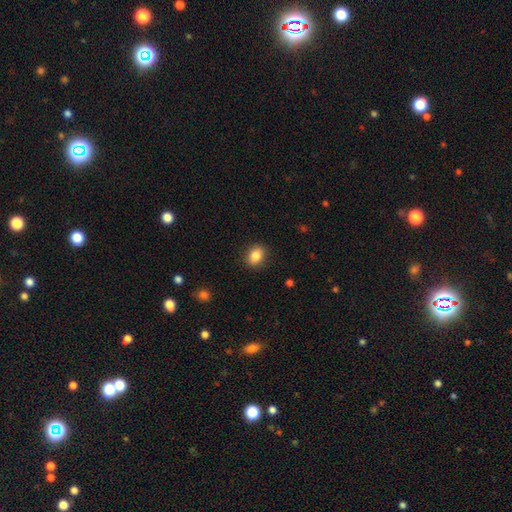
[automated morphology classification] A smooth galaxy with no disk features (85%) that is in between round and cigar-shaped (57%). Merging: none (89%).